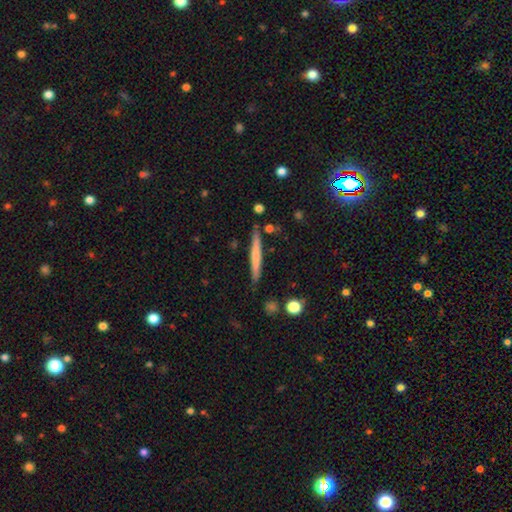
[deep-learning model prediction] The model was most divided on "smooth or featured": smooth: 61%, featured or disk: 33%, star or artifact: 6%. More confident: how rounded — cigar-shaped (96%); merging — none (87%).